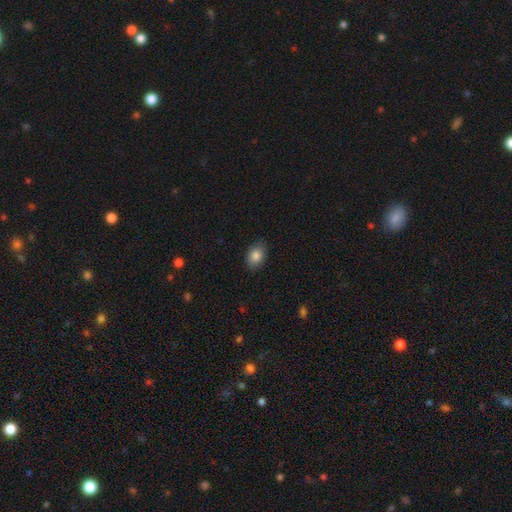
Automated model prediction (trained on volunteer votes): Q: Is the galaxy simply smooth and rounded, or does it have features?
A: smooth — 84%.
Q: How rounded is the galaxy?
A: in between — 79%.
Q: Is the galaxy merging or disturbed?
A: none — 84%.